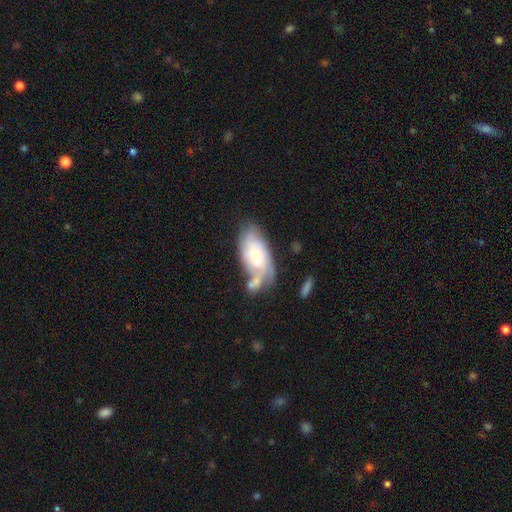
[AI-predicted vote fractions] Smooth or featured?
  - featured or disk: 62% *
  - smooth: 32%
  - star or artifact: 6%
Edge-on disk?
  - no: 91% *
  - yes: 9%
Bar?
  - no: 54% *
  - weak: 37%
  - strong: 8%
Spiral arms?
  - yes: 83% *
  - no: 17%
Bulge size?
  - moderate: 57% *
  - small: 25%
  - large: 13%
  - none: 3%
  - dominant: 2%
Merging?
  - none: 40% *
  - merger: 24%
  - minor disturbance: 23%
  - major disturbance: 13%